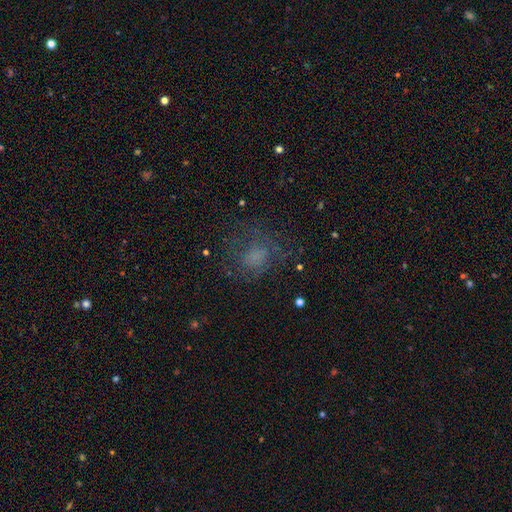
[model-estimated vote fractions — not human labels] smooth_or_featured: smooth (p=0.49) [alt: featured or disk p=0.30]
merging: none (p=0.59) [alt: major disturbance p=0.21]